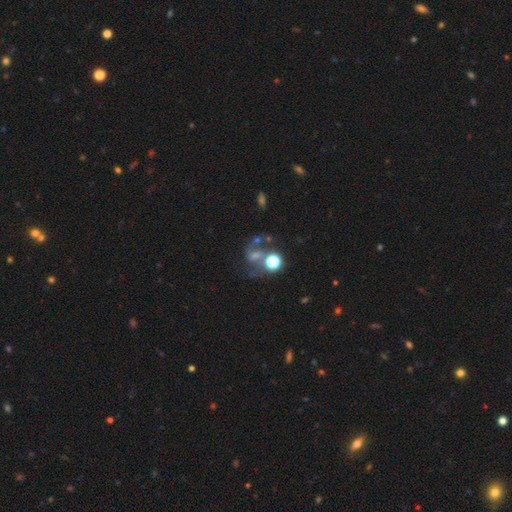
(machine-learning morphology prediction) smooth_or_featured: featured or disk (p=0.45) [alt: smooth p=0.31]
merging: none (p=0.40) [alt: merger p=0.23]